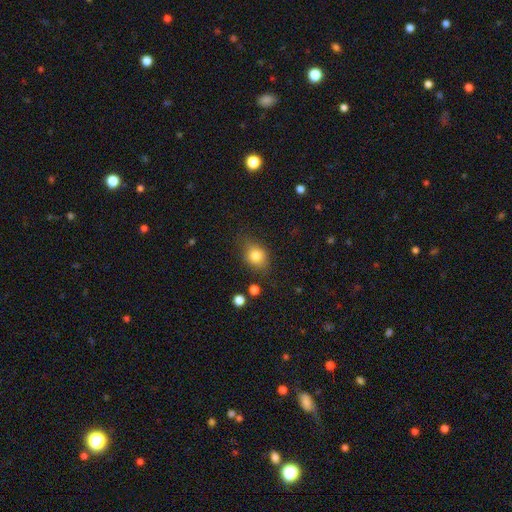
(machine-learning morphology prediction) Smooth or featured? smooth (80%)
How rounded? round (50%)
Merging? none (70%)